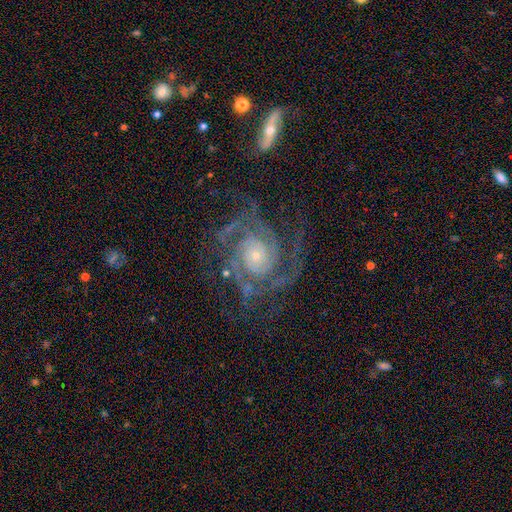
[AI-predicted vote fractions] Overall: featured or disk (91%). Edge-on disk: no (98%). Bar: no (75%). Spiral arms: yes (98%). Spiral arm count: 2 (30%; 3 25%). Spiral winding: tight (61%; medium 32%). Bulge size: small (70%). Merging: none (69%).